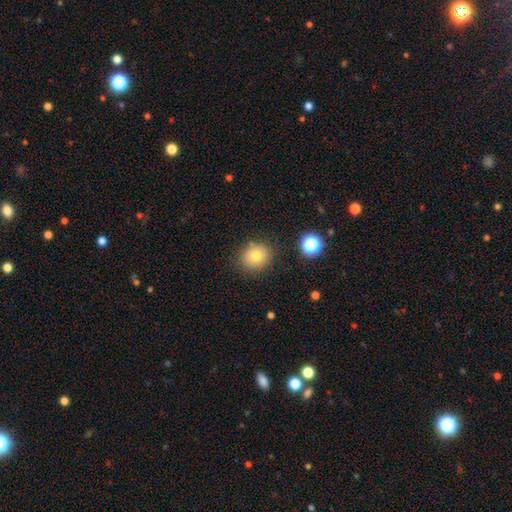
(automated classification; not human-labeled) A smooth galaxy with no disk features (77%) that is round (72%). Merging: none (83%).